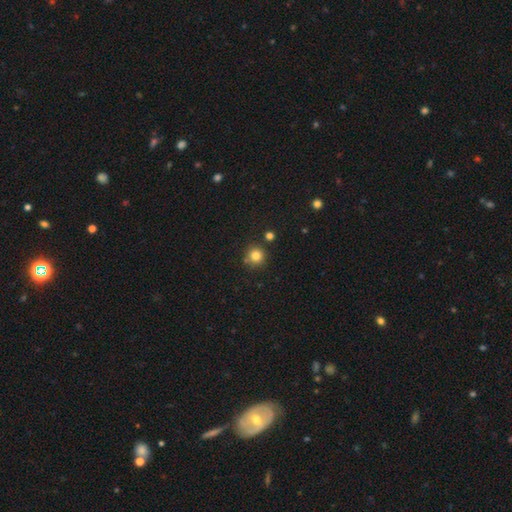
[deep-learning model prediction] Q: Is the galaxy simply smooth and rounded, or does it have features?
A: smooth — 81%.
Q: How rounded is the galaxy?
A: round — 93%.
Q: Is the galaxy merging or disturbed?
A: none — 81%.